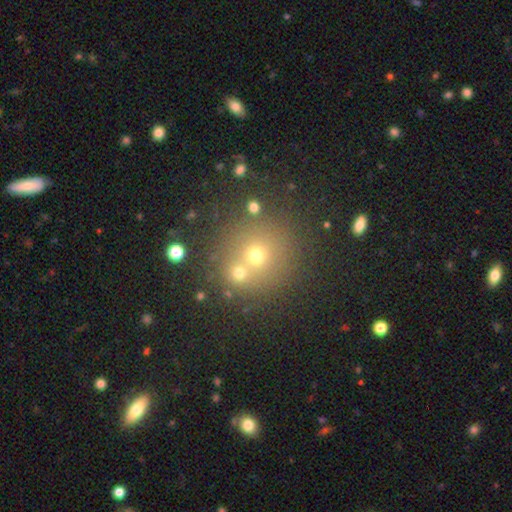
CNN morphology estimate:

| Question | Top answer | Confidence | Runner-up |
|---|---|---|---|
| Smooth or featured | smooth | 62% | star or artifact (23%) |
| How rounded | round | 90% | in between (9%) |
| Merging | none | 62% | merger (26%) |